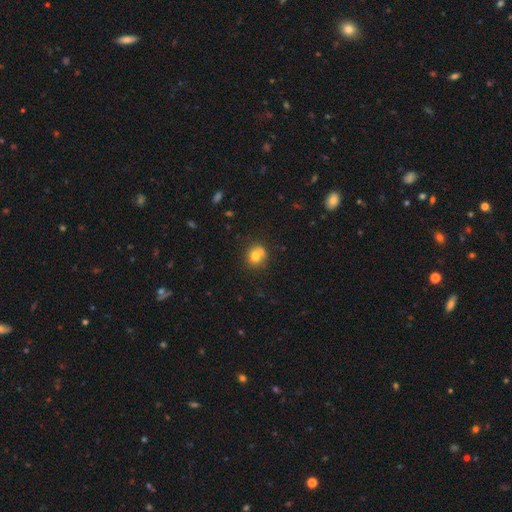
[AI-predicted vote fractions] Q: Smooth or featured?
A: smooth (73%); runner-up: featured or disk (16%)
Q: How rounded?
A: round (83%); runner-up: in between (16%)
Q: Merging?
A: none (57%); runner-up: merger (25%)